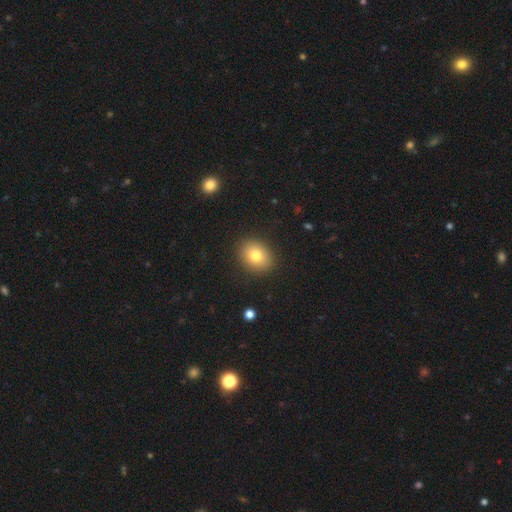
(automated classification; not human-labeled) Smooth or featured? Predicted: smooth (p=0.79). How rounded? Predicted: round (p=0.54). Merging? Predicted: none (p=0.89).